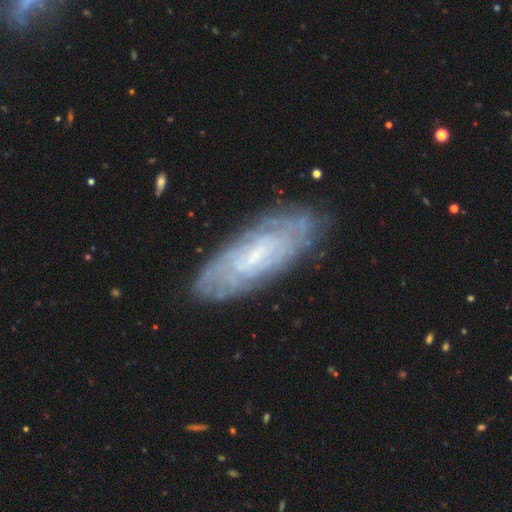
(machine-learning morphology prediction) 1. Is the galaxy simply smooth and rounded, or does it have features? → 71% featured or disk, 23% smooth, 7% star or artifact.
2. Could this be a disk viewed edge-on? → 85% no, 15% yes.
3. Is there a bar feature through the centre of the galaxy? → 44% no (tied), 44% weak (tied), 12% strong.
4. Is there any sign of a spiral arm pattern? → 80% yes, 20% no.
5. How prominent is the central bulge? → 61% small, 21% moderate, 15% none, 2% large, 1% dominant.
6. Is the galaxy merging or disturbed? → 79% none, 15% minor disturbance, 4% major disturbance, 2% merger.